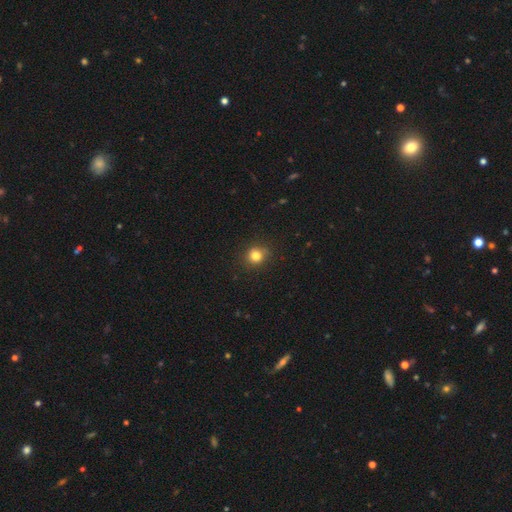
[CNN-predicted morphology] The model was most divided on "smooth or featured": smooth: 81%, star or artifact: 13%, featured or disk: 6%. More confident: how rounded — round (86%); merging — none (85%).